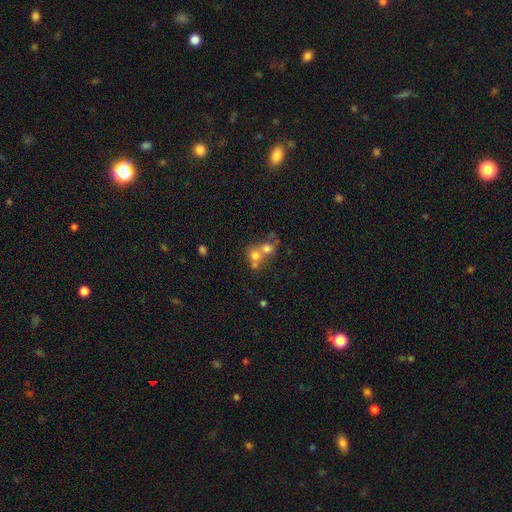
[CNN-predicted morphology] smooth 67%, featured or disk 19%, star or artifact 14%. Down the decision tree: how rounded — round (75%); merging — merger (64%).